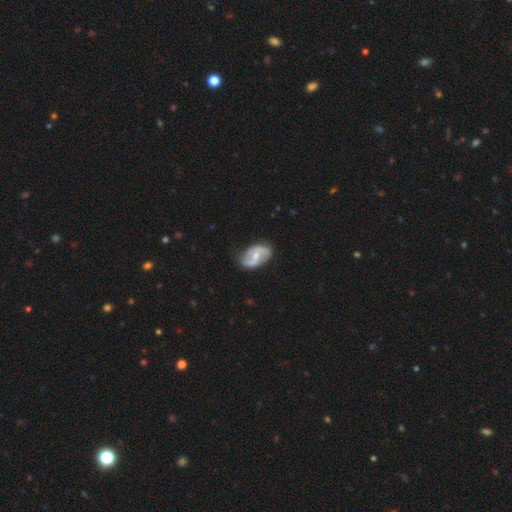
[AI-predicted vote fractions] A featured or disk galaxy (78%) with a weak bar (45%), 2 (88%) loose (45%) spiral arms (90%) and a moderate central bulge (57%).

Vote fractions:
- Smooth or featured? featured or disk: 78% / smooth: 17% / star or artifact: 5%
- Edge-on disk? no: 96% / yes: 4%
- Bar? weak: 45% / no: 38% / strong: 17%
- Spiral arms? yes: 90% / no: 10%
- Spiral winding? loose: 45% / medium: 39% / tight: 16%
- Spiral arm count? 2: 88% / can't tell: 6% / 1: 2% / 3: 2% / 4: 1% / more than 4: 1%
- Bulge size? moderate: 57% / small: 38% / large: 2% / none: 2% / dominant: 1%
- Merging? none: 74% / minor disturbance: 20% / major disturbance: 5% / merger: 2%